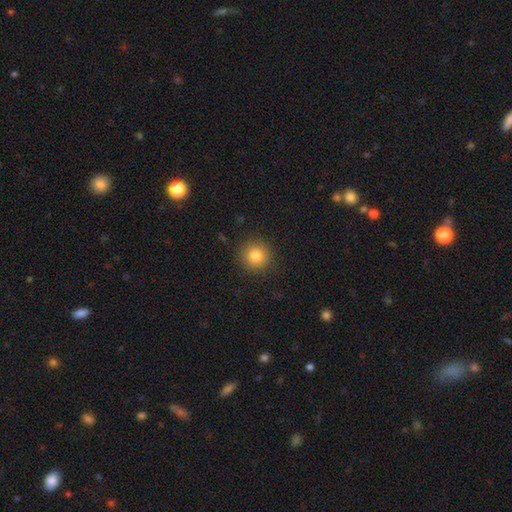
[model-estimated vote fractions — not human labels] Smooth or featured: smooth — 82% (star or artifact — 11%)
How rounded: round — 94% (in between — 5%)
Merging: none — 90% (minor disturbance — 7%)